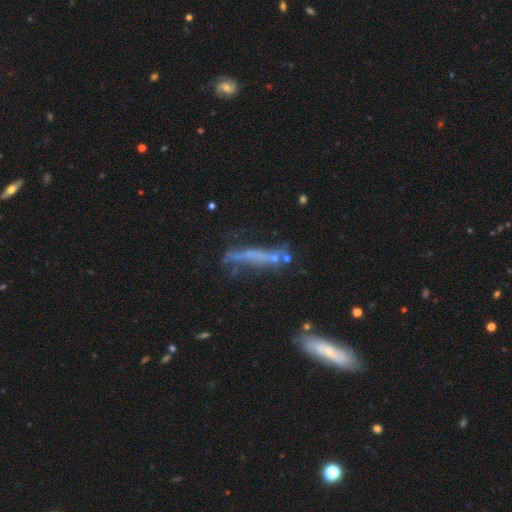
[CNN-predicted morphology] Overall: featured or disk (46%; smooth 38%). Merging: none (51%; minor disturbance 22%).